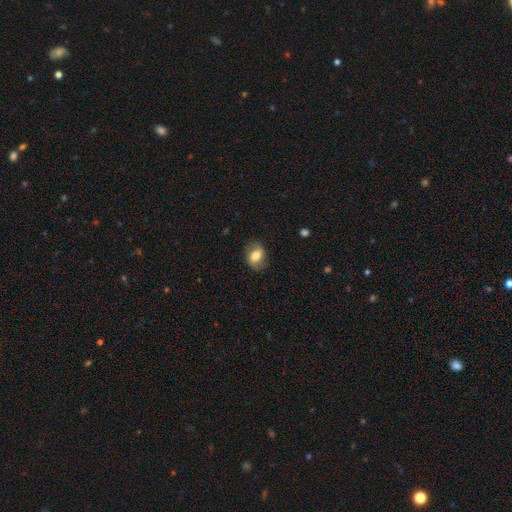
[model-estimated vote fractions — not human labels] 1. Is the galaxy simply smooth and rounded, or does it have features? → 66% smooth, 26% featured or disk, 8% star or artifact.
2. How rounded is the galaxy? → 72% in between, 26% round, 2% cigar-shaped.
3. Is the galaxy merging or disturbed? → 77% none, 16% minor disturbance, 6% major disturbance, 1% merger.